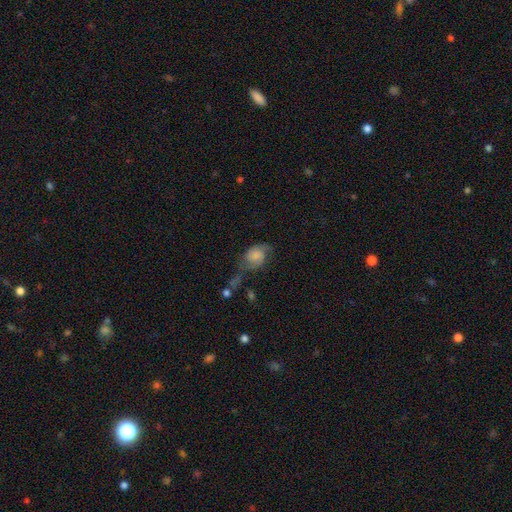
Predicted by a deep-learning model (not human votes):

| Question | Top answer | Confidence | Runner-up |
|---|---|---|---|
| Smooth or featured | smooth | 54% | featured or disk (36%) |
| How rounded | in between | 65% | round (33%) |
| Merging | major disturbance | 33% | none (27%) |